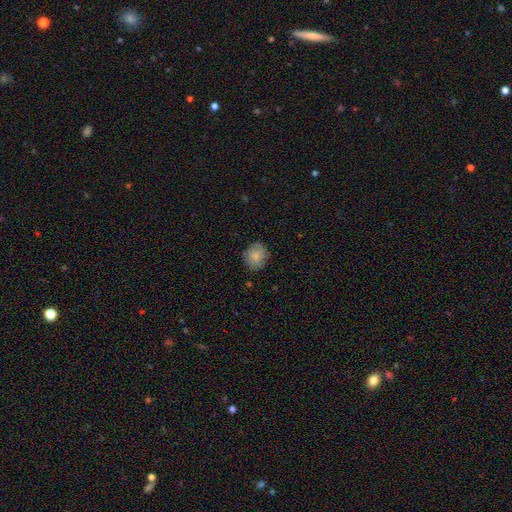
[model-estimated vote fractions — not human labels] A smooth galaxy with no disk features (82%) that is round (65%).

Vote fractions:
- Smooth or featured? smooth: 82% / featured or disk: 11% / star or artifact: 7%
- How rounded? round: 65% / in between: 34% / cigar-shaped: 1%
- Merging? none: 81% / minor disturbance: 15% / major disturbance: 3% / merger: 1%